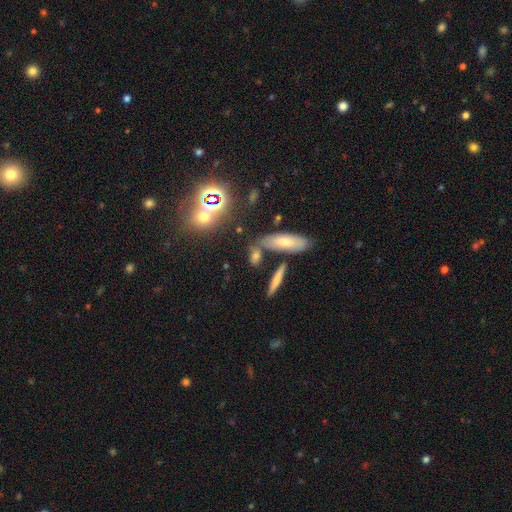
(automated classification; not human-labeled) Q: Smooth or featured?
A: smooth (65%); runner-up: featured or disk (18%)
Q: How rounded?
A: in between (52%); runner-up: cigar-shaped (33%)
Q: Merging?
A: none (64%); runner-up: merger (17%)